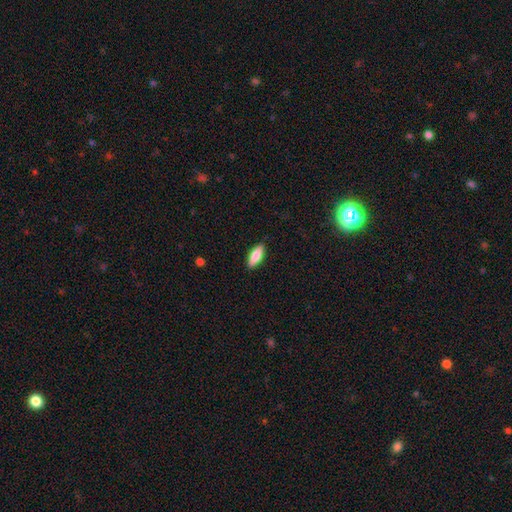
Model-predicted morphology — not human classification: Overall: smooth (82%). How rounded: in between (67%; cigar-shaped 31%). Merging: none (89%).